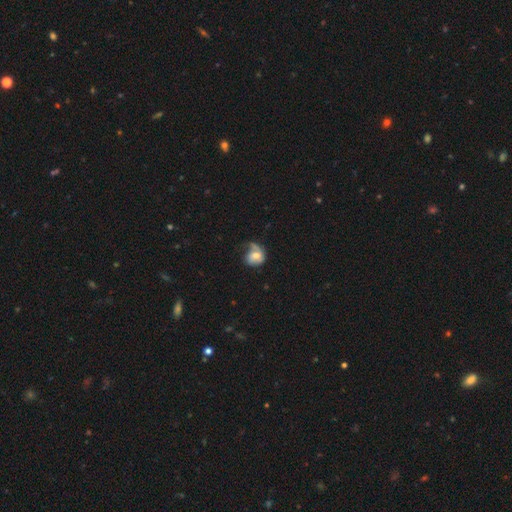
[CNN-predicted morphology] Smooth or featured? featured or disk (47%)
Merging? none (35%)